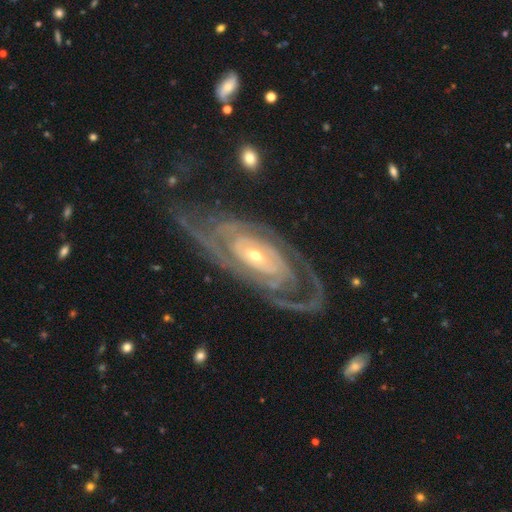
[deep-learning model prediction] Smooth or featured? featured or disk (91%)
Edge-on disk? no (94%)
Bar? no (60%)
Spiral arms? yes (95%)
Spiral winding? tight (71%)
Spiral arm count? 2 (46%)
Bulge size? small (54%)
Merging? none (69%)